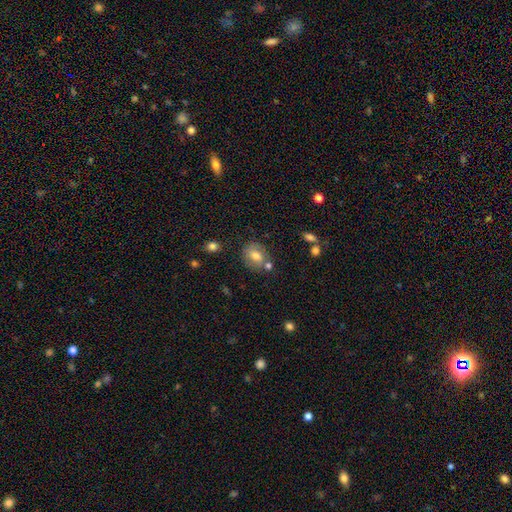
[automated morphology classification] smooth-or-featured: smooth: 68% | featured or disk: 23% | star or artifact: 9%
  how-rounded: in between: 53% | round: 46% | cigar-shaped: 1%
  merging: none: 65% | minor disturbance: 17% | merger: 13% | major disturbance: 5%